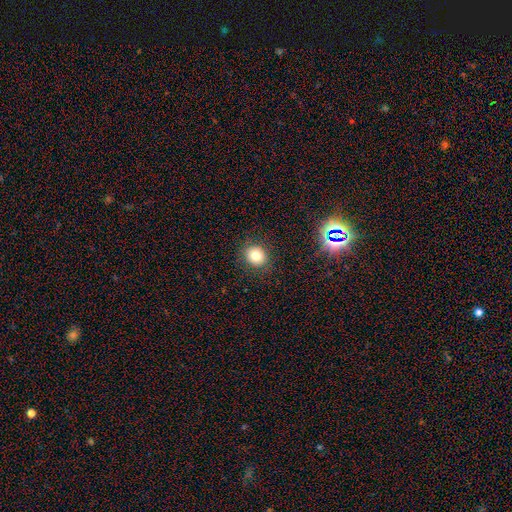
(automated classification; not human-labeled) Smooth or featured? Predicted: smooth (p=0.77). How rounded? Predicted: round (p=0.78). Merging? Predicted: none (p=0.88).